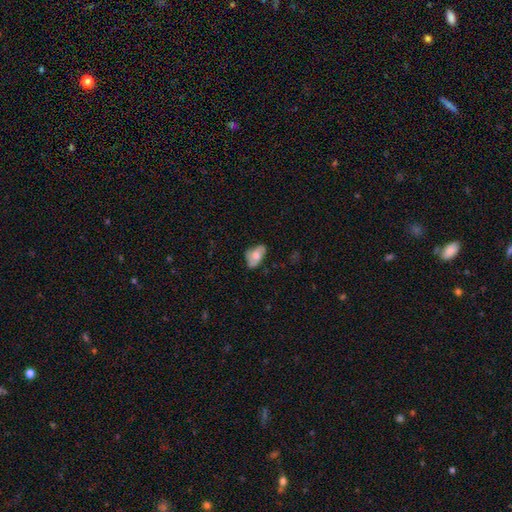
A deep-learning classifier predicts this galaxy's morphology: A smooth galaxy with no disk features (57%) that is in between round and cigar-shaped (89%).

Vote fractions:
- Smooth or featured? smooth: 57% / featured or disk: 35% / star or artifact: 8%
- How rounded? in between: 89% / round: 8% / cigar-shaped: 3%
- Merging? none: 58% / minor disturbance: 29% / major disturbance: 10% / merger: 2%